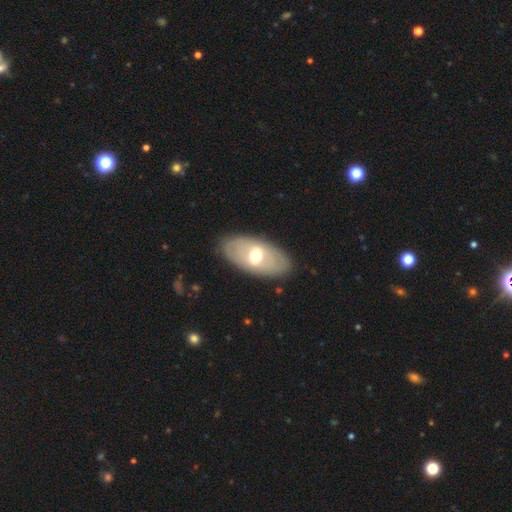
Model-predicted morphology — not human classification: A smooth galaxy with no disk features (48%).

Vote fractions:
- Smooth or featured? smooth: 48% / featured or disk: 46% / star or artifact: 6%
- Merging? none: 85% / minor disturbance: 10% / major disturbance: 4% / merger: 1%